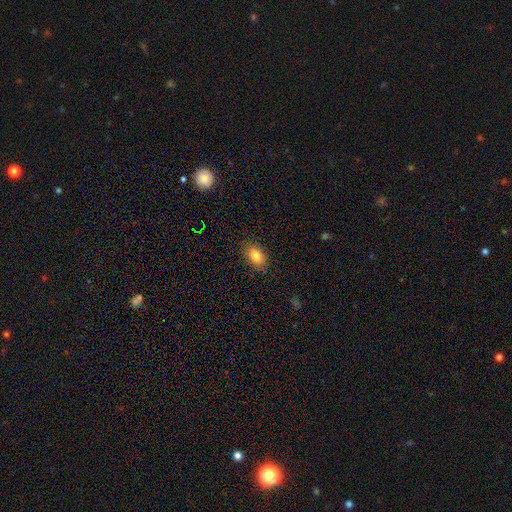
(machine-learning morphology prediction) smooth-or-featured: smooth: 80% | featured or disk: 11% | star or artifact: 9%
  how-rounded: in between: 84% | round: 14% | cigar-shaped: 2%
  merging: none: 86% | minor disturbance: 11% | major disturbance: 2% | merger: 1%